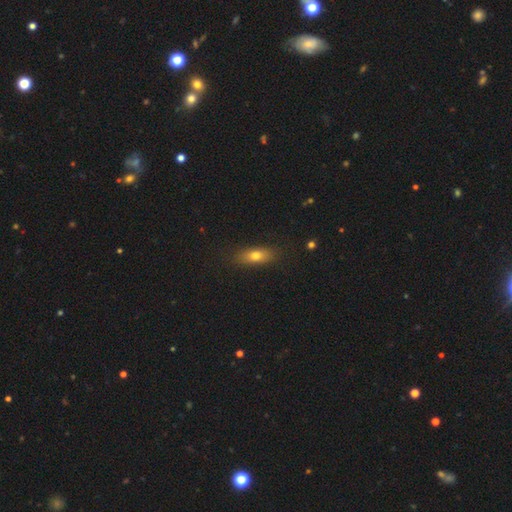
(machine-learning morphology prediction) This appears to be a smooth galaxy with no disk features (72%) that is in between round and cigar-shaped (68%). Merging: none (84%).